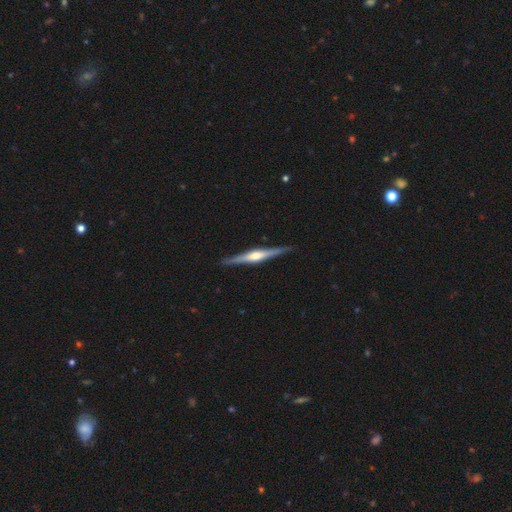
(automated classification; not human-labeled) The model was most divided on "smooth or featured": featured or disk: 76%, smooth: 19%, star or artifact: 5%. More confident: edge-on disk — yes (98%); merging — none (90%); edge-on bulge — rounded (84%).